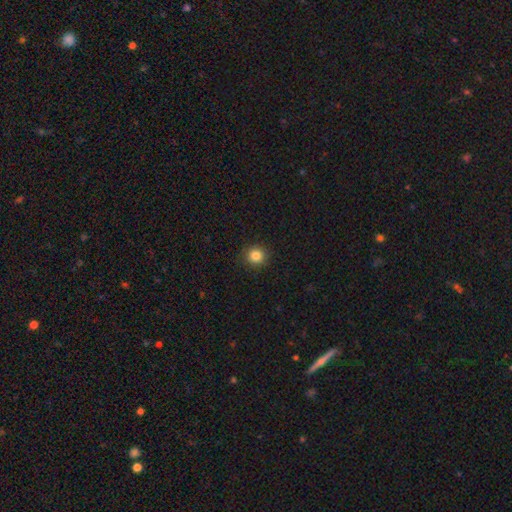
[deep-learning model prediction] Smooth or featured?
  - smooth: 84% *
  - star or artifact: 12%
  - featured or disk: 5%
How rounded?
  - round: 92% *
  - in between: 7%
  - cigar-shaped: 1%
Merging?
  - none: 91% *
  - minor disturbance: 6%
  - major disturbance: 2%
  - merger: 1%